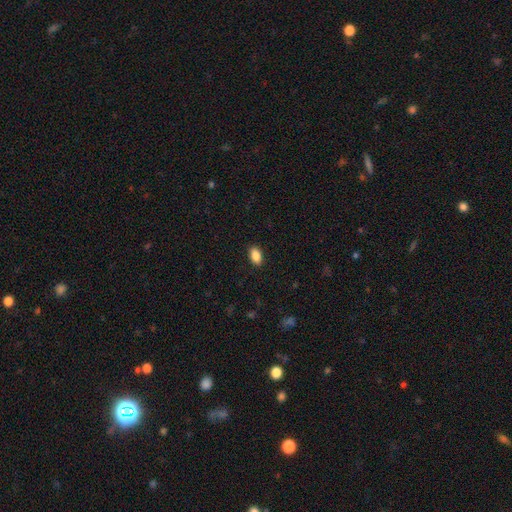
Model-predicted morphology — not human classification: Smooth or featured? smooth (88%)
How rounded? in between (92%)
Merging? none (89%)